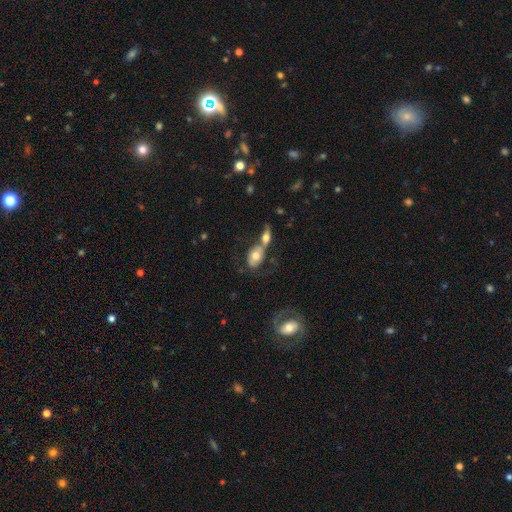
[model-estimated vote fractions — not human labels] smooth 55%, featured or disk 38%, star or artifact 7%. Down the decision tree: how rounded — in between (78%); merging — merger (65%).